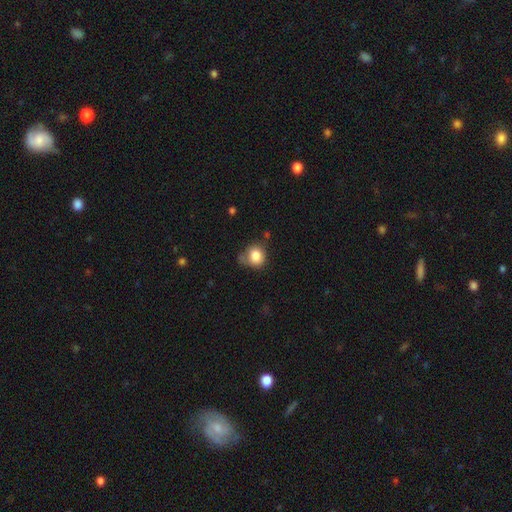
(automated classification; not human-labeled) Smooth or featured?
  - smooth: 83% *
  - star or artifact: 10%
  - featured or disk: 7%
How rounded?
  - round: 76% *
  - in between: 23%
  - cigar-shaped: 1%
Merging?
  - none: 59% *
  - minor disturbance: 25%
  - merger: 9%
  - major disturbance: 8%